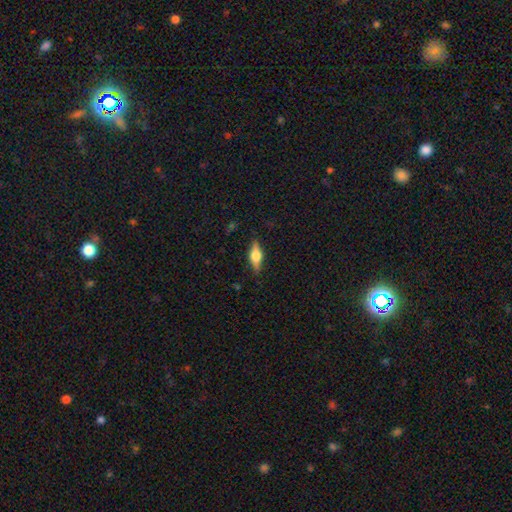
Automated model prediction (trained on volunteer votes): Overall: featured or disk (56%; smooth 36%). Edge-on disk: yes (95%). Edge-on bulge: rounded (92%). Merging: none (85%).